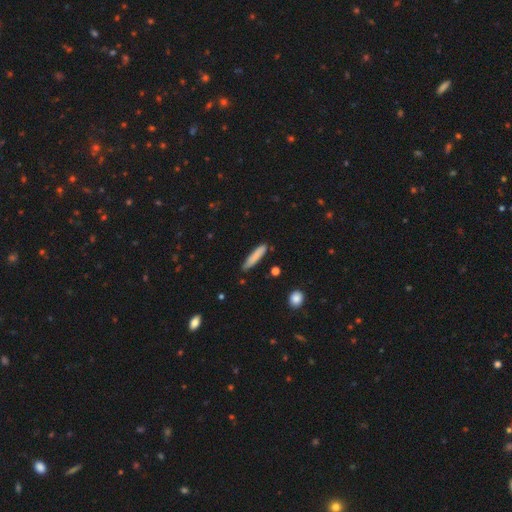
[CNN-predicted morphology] The model was most divided on "merging": none: 81%, minor disturbance: 14%, merger: 2%, major disturbance: 2%. More confident: how rounded — cigar-shaped (89%); smooth or featured — smooth (82%).